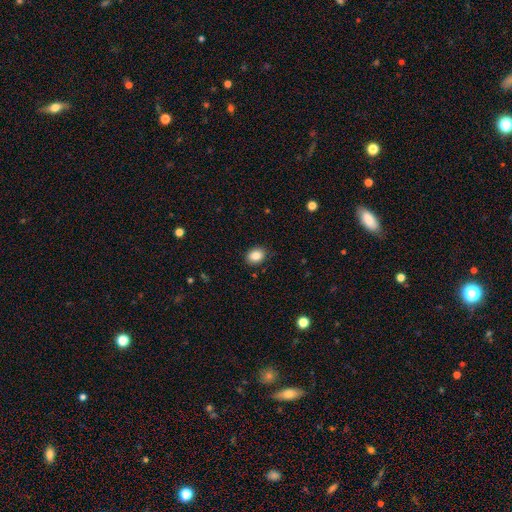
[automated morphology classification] This appears to be a smooth galaxy with no disk features (86%) that is in between round and cigar-shaped (61%). Merging: none (86%).